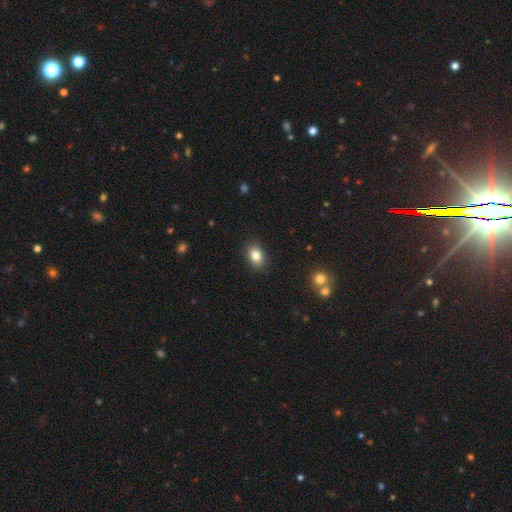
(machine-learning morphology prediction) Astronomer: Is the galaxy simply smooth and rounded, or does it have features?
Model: smooth — 83%.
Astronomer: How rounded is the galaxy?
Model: in between — 78%.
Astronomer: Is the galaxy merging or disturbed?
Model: none — 88%.